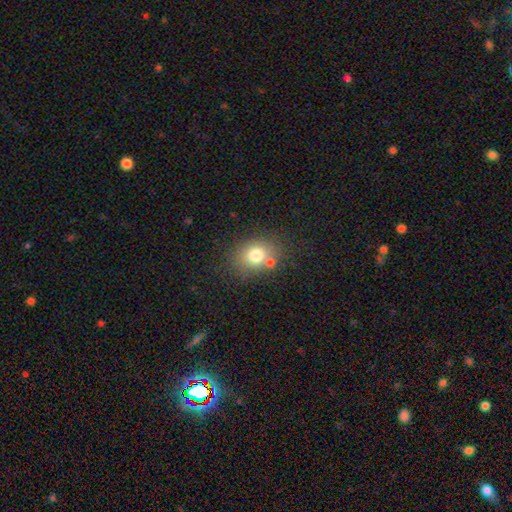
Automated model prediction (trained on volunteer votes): smooth-or-featured: smooth: 71% | star or artifact: 19% | featured or disk: 10%
  how-rounded: round: 57% | in between: 42% | cigar-shaped: 1%
  merging: none: 70% | merger: 15% | minor disturbance: 11% | major disturbance: 3%